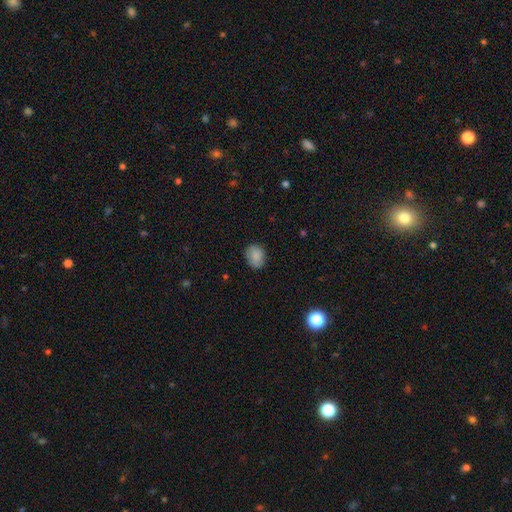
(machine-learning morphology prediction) A smooth galaxy with no disk features (83%) that is round (53%).

Vote fractions:
- Smooth or featured? smooth: 83% / featured or disk: 9% / star or artifact: 8%
- How rounded? round: 53% / in between: 46% / cigar-shaped: 1%
- Merging? none: 80% / minor disturbance: 16% / major disturbance: 3% / merger: 1%